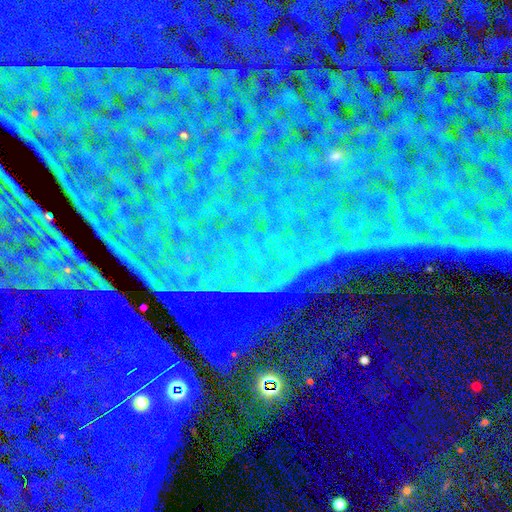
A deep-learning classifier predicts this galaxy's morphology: smooth_or_featured: star or artifact (p=0.86) [alt: featured or disk p=0.07]